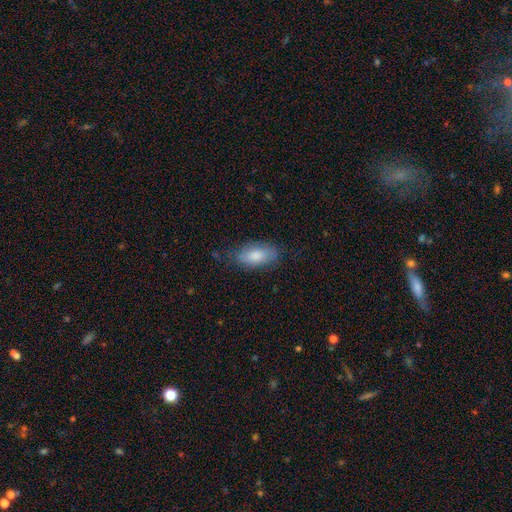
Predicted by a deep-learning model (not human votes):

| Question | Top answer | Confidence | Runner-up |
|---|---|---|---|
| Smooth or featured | smooth | 81% | featured or disk (13%) |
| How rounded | in between | 87% | cigar-shaped (10%) |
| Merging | none | 73% | minor disturbance (20%) |